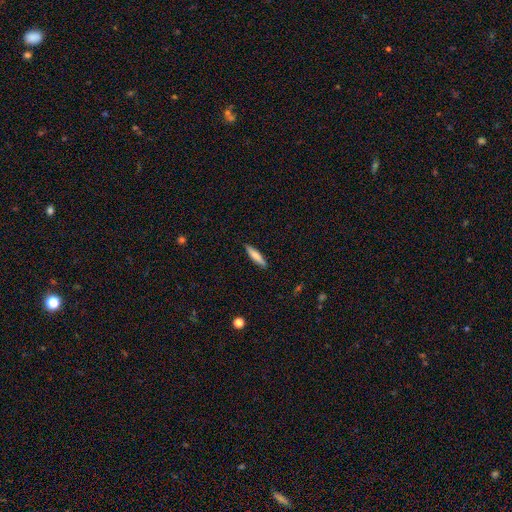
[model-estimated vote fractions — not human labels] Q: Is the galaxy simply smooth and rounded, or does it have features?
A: smooth — 75%.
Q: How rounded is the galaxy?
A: cigar-shaped — 84%.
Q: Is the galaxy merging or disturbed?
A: none — 90%.